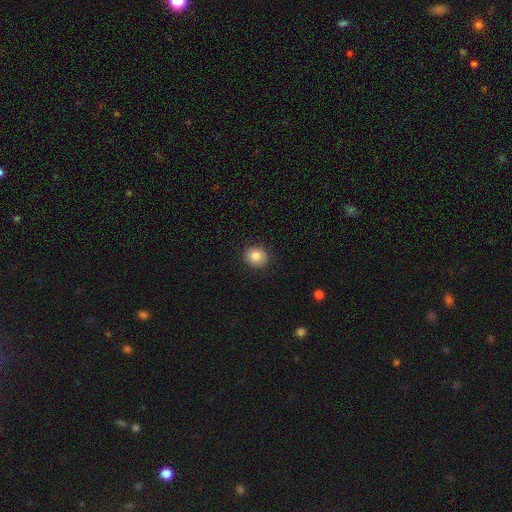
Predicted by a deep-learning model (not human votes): Smooth or featured: smooth — 84% (star or artifact — 9%)
How rounded: round — 77% (in between — 22%)
Merging: none — 89% (minor disturbance — 8%)